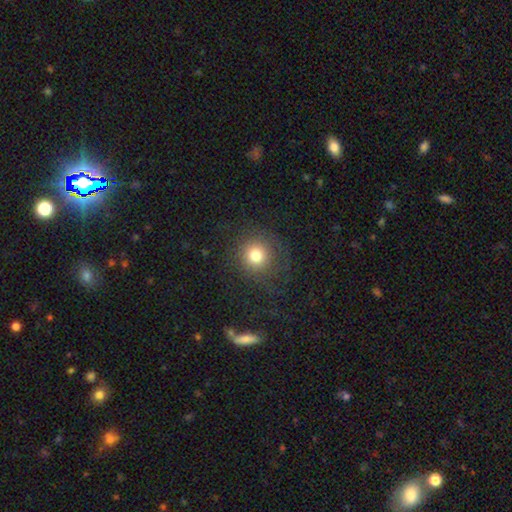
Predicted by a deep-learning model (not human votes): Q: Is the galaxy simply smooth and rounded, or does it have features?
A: smooth — 71%.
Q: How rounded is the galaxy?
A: round — 92%.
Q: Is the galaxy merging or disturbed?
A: none — 74%.